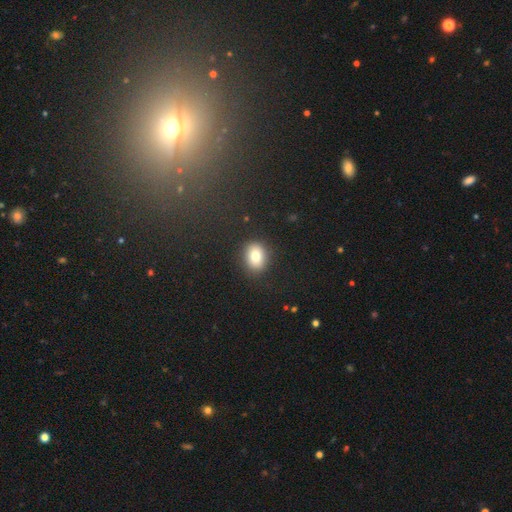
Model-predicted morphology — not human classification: This appears to be a smooth galaxy with no disk features (79%) that is in between round and cigar-shaped (51%). Merging: none (87%).